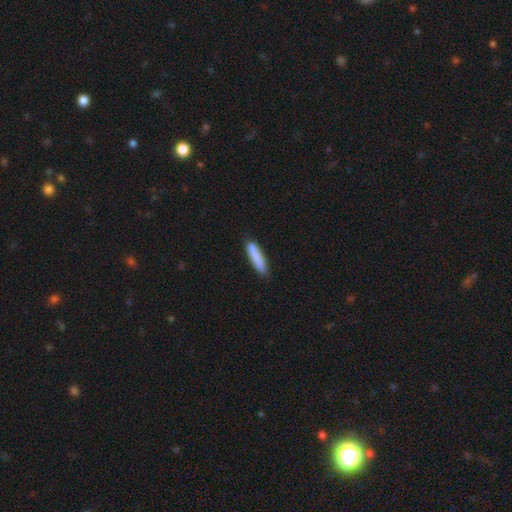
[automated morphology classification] Smooth or featured?
  - smooth: 86% *
  - featured or disk: 8%
  - star or artifact: 6%
How rounded?
  - cigar-shaped: 86% *
  - in between: 13%
  - round: 1%
Merging?
  - none: 85% *
  - minor disturbance: 12%
  - major disturbance: 2%
  - merger: 1%